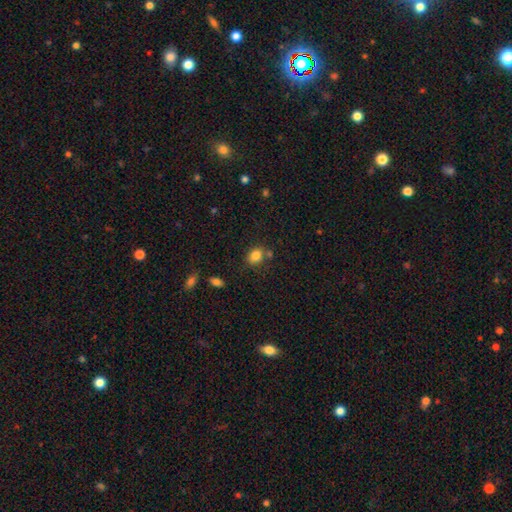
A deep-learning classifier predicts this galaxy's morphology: Smooth or featured?
  - smooth: 82% *
  - star or artifact: 11%
  - featured or disk: 7%
How rounded?
  - round: 56% *
  - in between: 43%
  - cigar-shaped: 1%
Merging?
  - none: 69% *
  - minor disturbance: 14%
  - merger: 13%
  - major disturbance: 4%